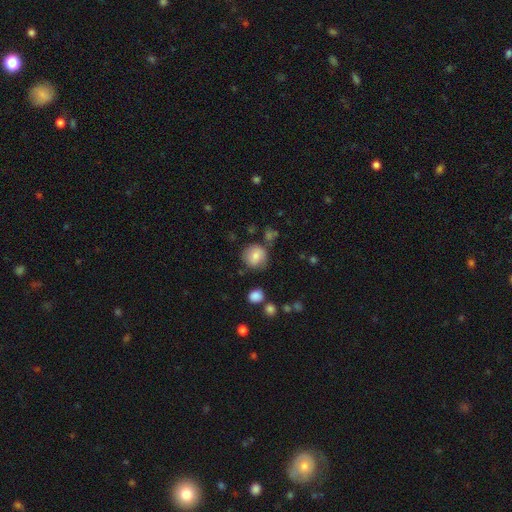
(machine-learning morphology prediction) A smooth galaxy with no disk features (76%) that is round (88%).

Vote fractions:
- Smooth or featured? smooth: 76% / featured or disk: 15% / star or artifact: 9%
- How rounded? round: 88% / in between: 11% / cigar-shaped: 1%
- Merging? none: 73% / minor disturbance: 17% / major disturbance: 5% / merger: 5%